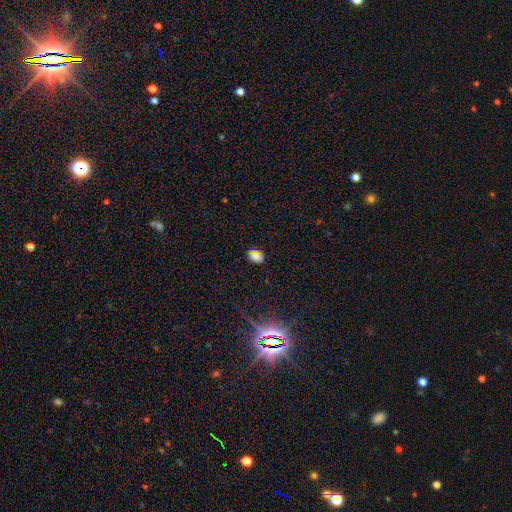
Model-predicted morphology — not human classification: type=smooth (64%); roundness=in between (64%); merging=none (84%).